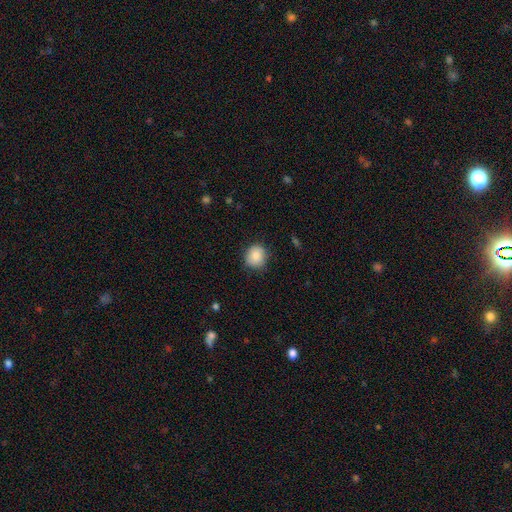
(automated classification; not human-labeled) Overall: smooth (87%). How rounded: round (79%). Merging: none (83%).